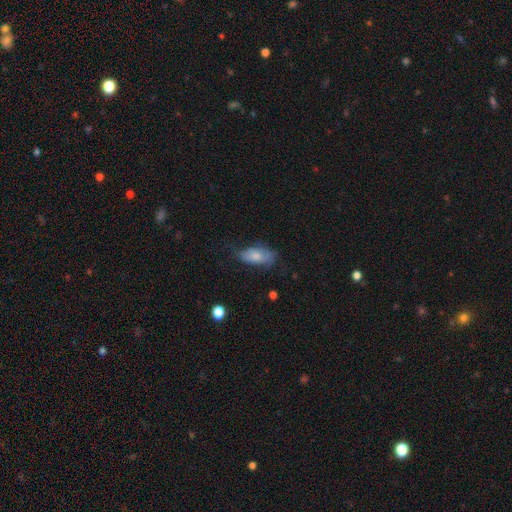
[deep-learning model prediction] This is likely a smooth galaxy (73%). How rounded: clearly in between (88%). Merging: possibly none (53%).